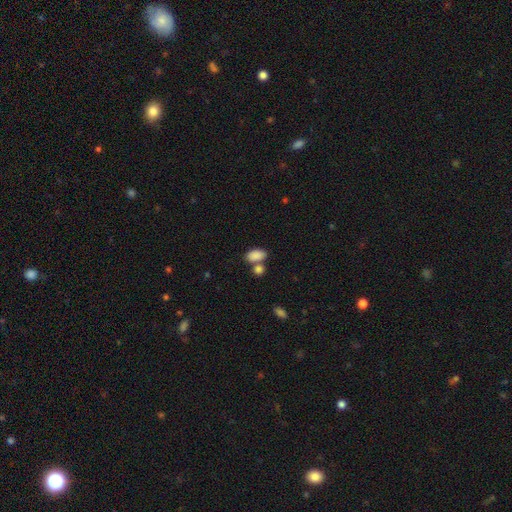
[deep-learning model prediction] Q: Smooth or featured?
A: smooth (87%); runner-up: star or artifact (8%)
Q: How rounded?
A: in between (92%); runner-up: round (6%)
Q: Merging?
A: none (52%); runner-up: merger (32%)